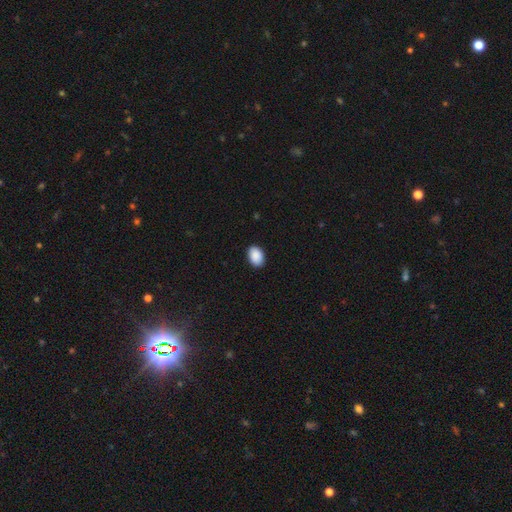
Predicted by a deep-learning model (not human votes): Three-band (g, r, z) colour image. It shows a smooth galaxy with no disk features (91%) that is in between round and cigar-shaped (85%). Merging: none (90%).